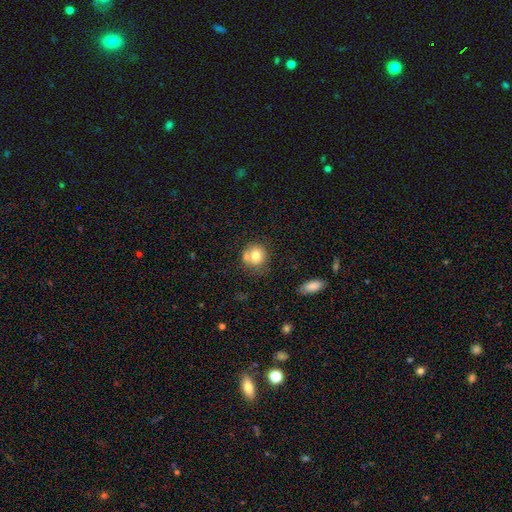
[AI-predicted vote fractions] Smooth or featured? Predicted: smooth (p=0.74). How rounded? Predicted: round (p=0.85). Merging? Predicted: none (p=0.54).